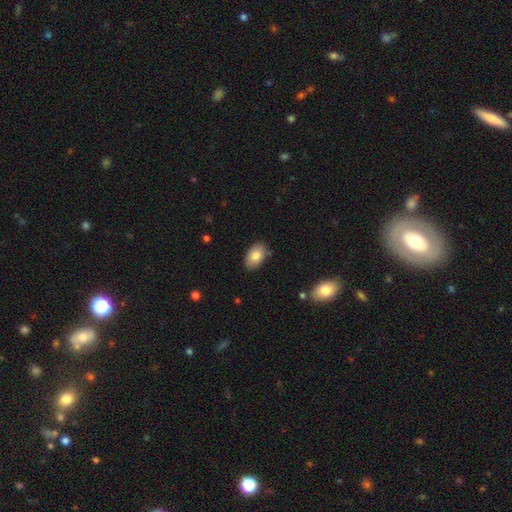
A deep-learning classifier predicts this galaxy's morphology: A smooth galaxy with no disk features (78%) that is in between round and cigar-shaped (91%). Merging: none (83%).